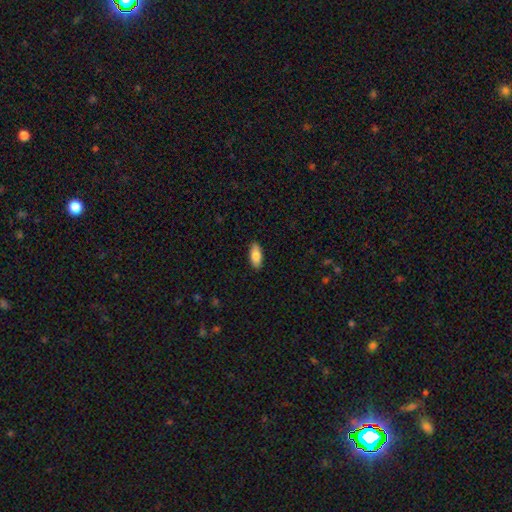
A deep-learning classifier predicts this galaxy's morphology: type=smooth (86%); roundness=in between (86%); merging=none (88%).